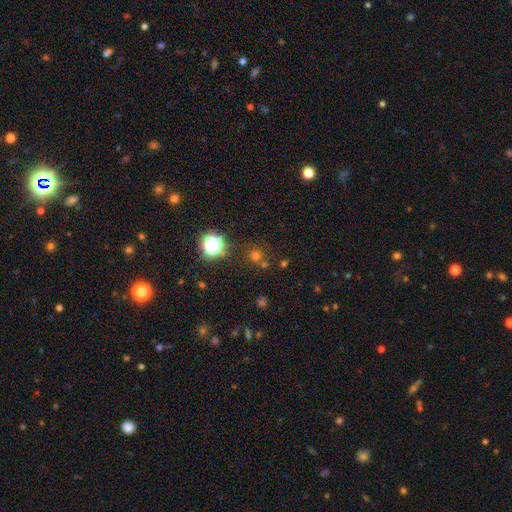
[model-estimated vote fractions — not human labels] smooth-or-featured: smooth: 60% | star or artifact: 32% | featured or disk: 7%
  how-rounded: round: 93% | in between: 6% | cigar-shaped: 1%
  merging: none: 76% | merger: 13% | minor disturbance: 8% | major disturbance: 3%